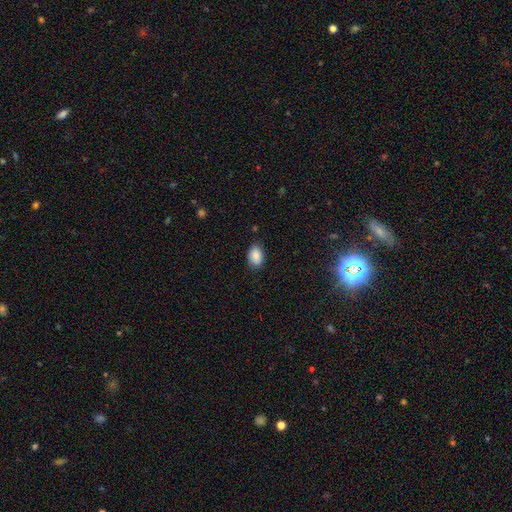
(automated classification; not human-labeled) Overall: smooth (88%). How rounded: in between (86%). Merging: none (84%).